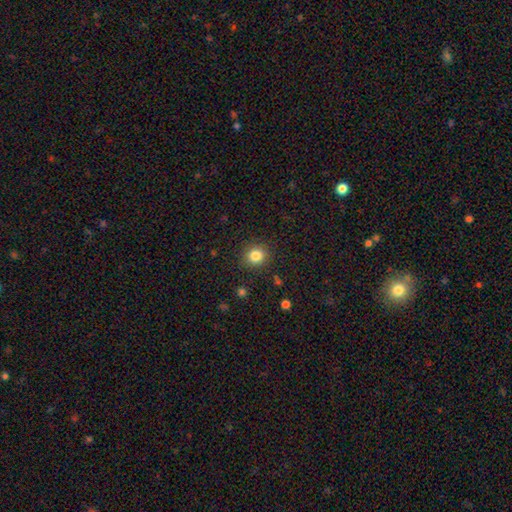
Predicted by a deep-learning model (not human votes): Smooth or featured? Predicted: smooth (p=0.83). How rounded? Predicted: round (p=0.86). Merging? Predicted: none (p=0.89).